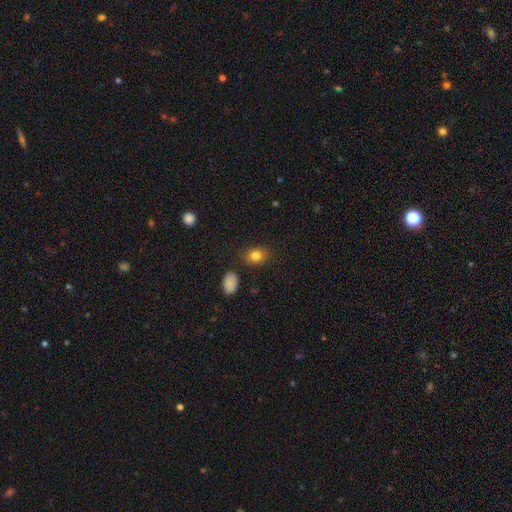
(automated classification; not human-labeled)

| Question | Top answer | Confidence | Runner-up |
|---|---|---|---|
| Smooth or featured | smooth | 82% | star or artifact (10%) |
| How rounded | in between | 67% | round (32%) |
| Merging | none | 83% | minor disturbance (11%) |